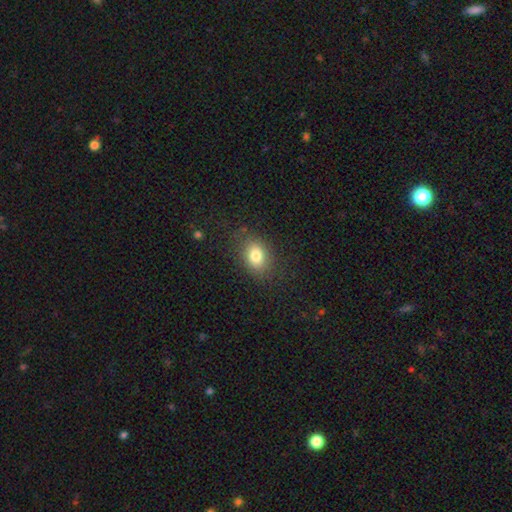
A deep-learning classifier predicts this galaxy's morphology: smooth 80%, star or artifact 11%, featured or disk 9%. Down the decision tree: how rounded — in between (66%); merging — none (82%).